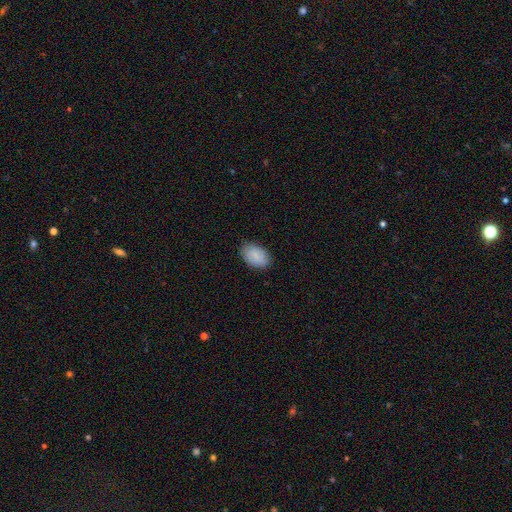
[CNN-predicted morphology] This appears to be a smooth galaxy with no disk features (85%) that is in between round and cigar-shaped (90%). Merging: none (83%).